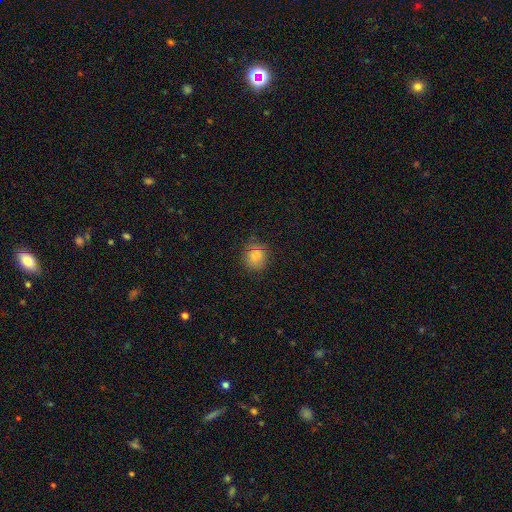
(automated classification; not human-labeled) A smooth galaxy with no disk features (81%) that is round (76%). Merging: none (79%).